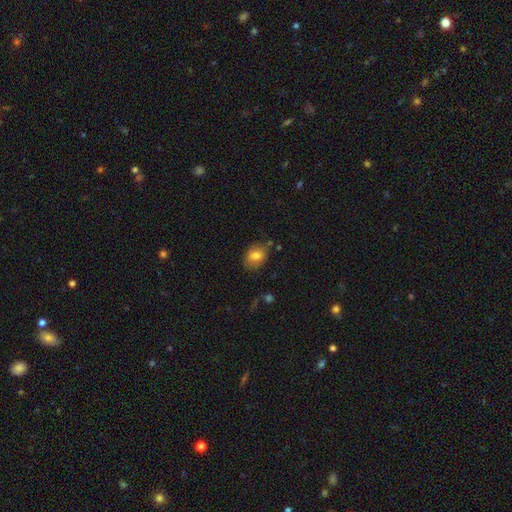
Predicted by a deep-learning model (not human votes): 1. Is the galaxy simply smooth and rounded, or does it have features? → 77% smooth, 14% featured or disk, 9% star or artifact.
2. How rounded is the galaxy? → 61% in between, 38% round, 1% cigar-shaped.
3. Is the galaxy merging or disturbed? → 77% none, 16% minor disturbance, 4% major disturbance, 3% merger.